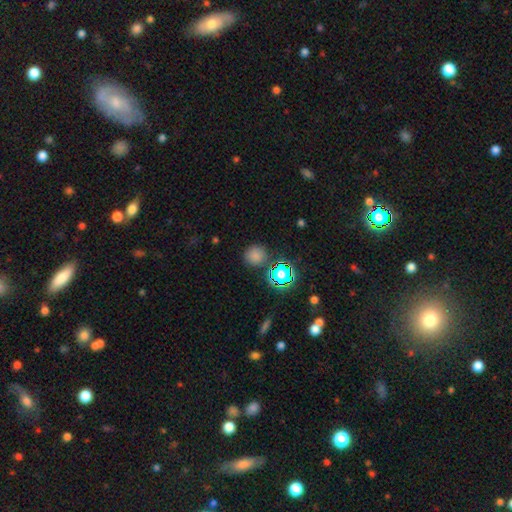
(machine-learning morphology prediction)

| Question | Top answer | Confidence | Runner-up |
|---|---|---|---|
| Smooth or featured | smooth | 72% | star or artifact (22%) |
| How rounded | round | 89% | in between (10%) |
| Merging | none | 81% | minor disturbance (10%) |